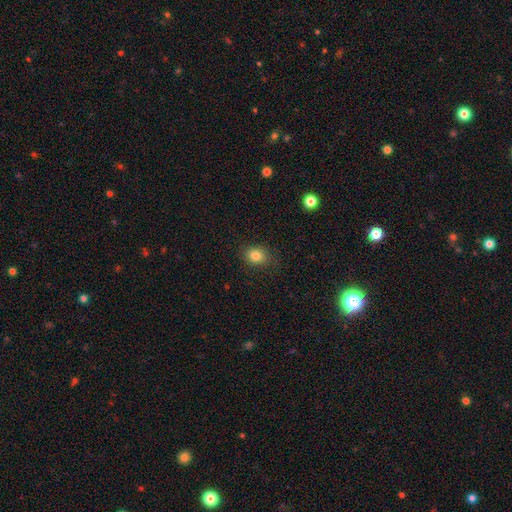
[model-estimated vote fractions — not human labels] Overall: smooth (82%). How rounded: in between (51%; round 48%). Merging: none (83%).